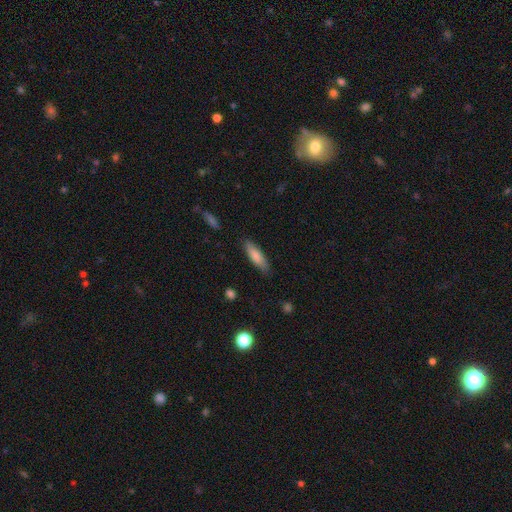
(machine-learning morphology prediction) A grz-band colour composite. It shows a smooth galaxy with no disk features (80%) that is cigar-shaped (57%). Merging: none (82%).